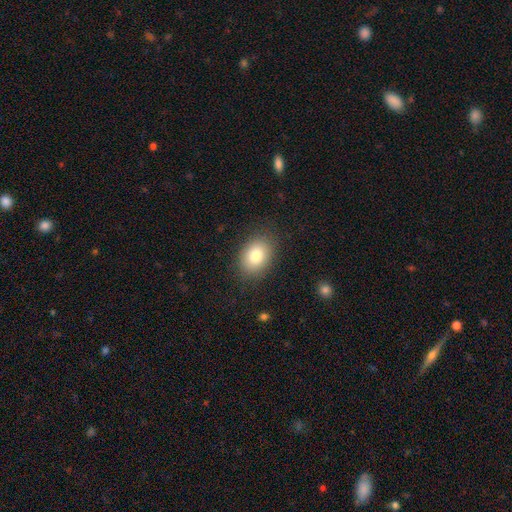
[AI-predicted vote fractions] This is clearly a smooth galaxy (81%). How rounded: likely in between (75%). Merging: clearly none (85%).